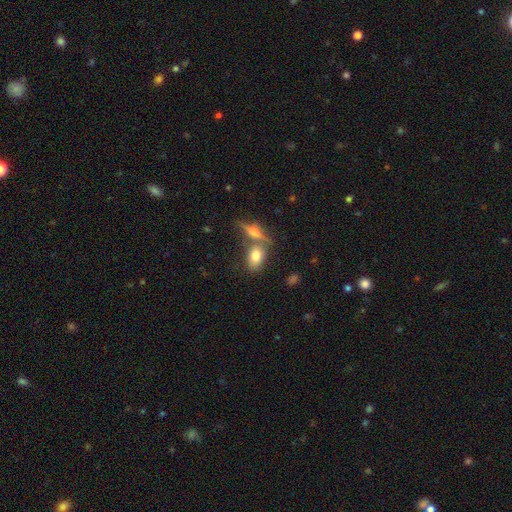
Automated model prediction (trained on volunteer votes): Smooth or featured? smooth (72%)
How rounded? in between (81%)
Merging? none (54%)